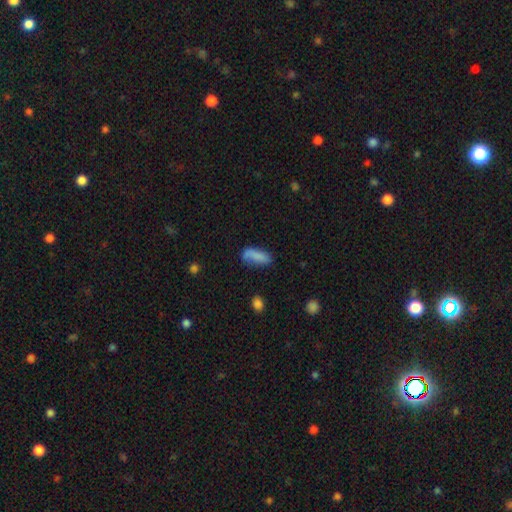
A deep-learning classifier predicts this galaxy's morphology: Smooth or featured? smooth (76%)
How rounded? in between (66%)
Merging? none (51%)